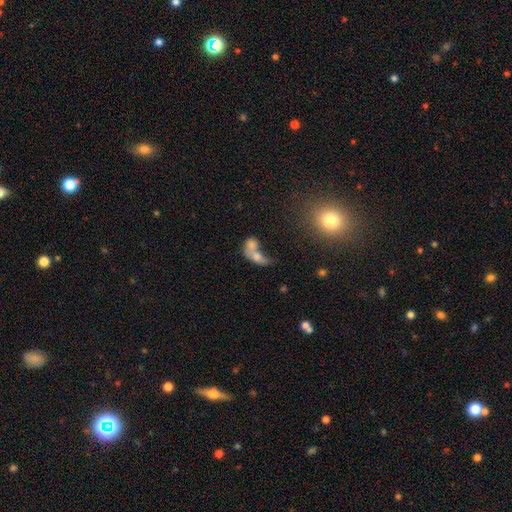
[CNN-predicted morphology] Smooth or featured?
  - smooth: 62% *
  - featured or disk: 26%
  - star or artifact: 12%
How rounded?
  - in between: 74% *
  - round: 19%
  - cigar-shaped: 8%
Merging?
  - merger: 68% *
  - none: 14%
  - major disturbance: 11%
  - minor disturbance: 7%